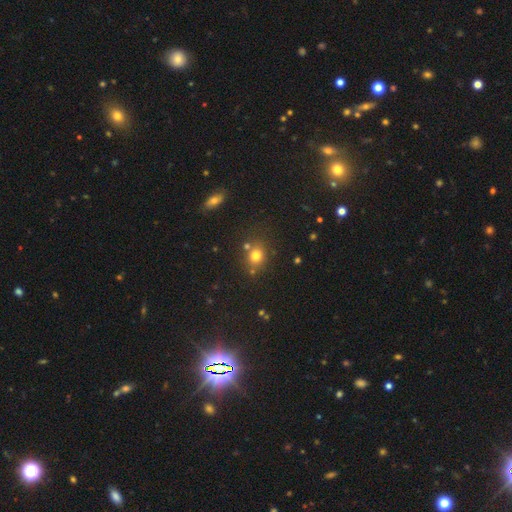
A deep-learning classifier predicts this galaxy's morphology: A smooth galaxy with no disk features (75%) that is round (72%).

Vote fractions:
- Smooth or featured? smooth: 75% / star or artifact: 16% / featured or disk: 9%
- How rounded? round: 72% / in between: 27% / cigar-shaped: 1%
- Merging? none: 70% / merger: 14% / minor disturbance: 12% / major disturbance: 4%